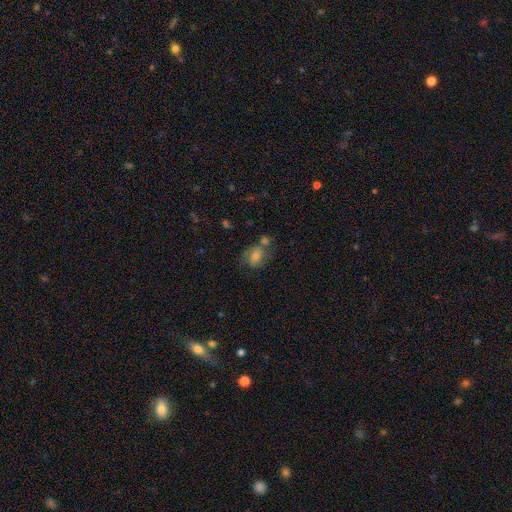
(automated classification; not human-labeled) Smooth or featured? smooth (45%)
Merging? none (50%)